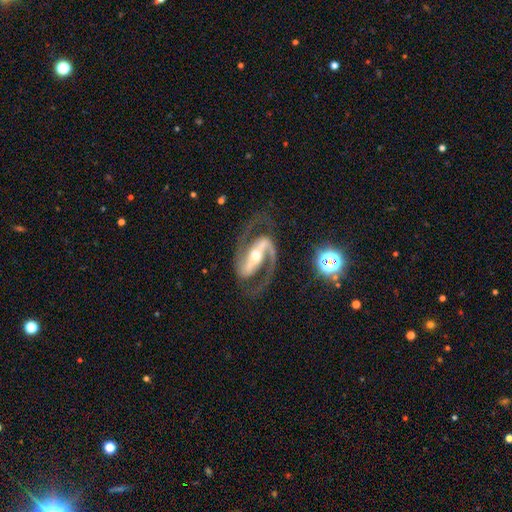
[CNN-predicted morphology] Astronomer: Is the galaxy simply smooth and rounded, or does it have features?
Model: featured or disk — 92%.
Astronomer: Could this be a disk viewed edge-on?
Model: no — 96%.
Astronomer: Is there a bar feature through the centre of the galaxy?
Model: strong — 71%.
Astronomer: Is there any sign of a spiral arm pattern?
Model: yes — 98%.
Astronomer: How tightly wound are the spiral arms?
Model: medium — 63%.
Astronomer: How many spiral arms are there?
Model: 2 — 93%.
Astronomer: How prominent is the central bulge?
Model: moderate — 64%.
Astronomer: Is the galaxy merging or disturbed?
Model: none — 76%.